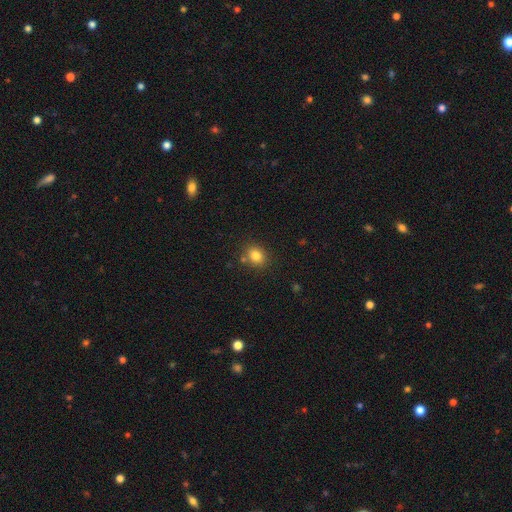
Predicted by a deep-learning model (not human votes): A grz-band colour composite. It shows a smooth galaxy with no disk features (82%) that is round (61%). Merging: none (78%).